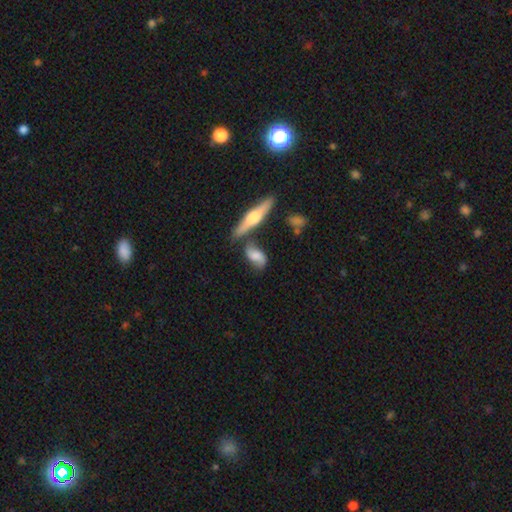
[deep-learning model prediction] smooth_or_featured: featured or disk (p=0.48) [alt: smooth p=0.45]
merging: none (p=0.58) [alt: minor disturbance p=0.20]